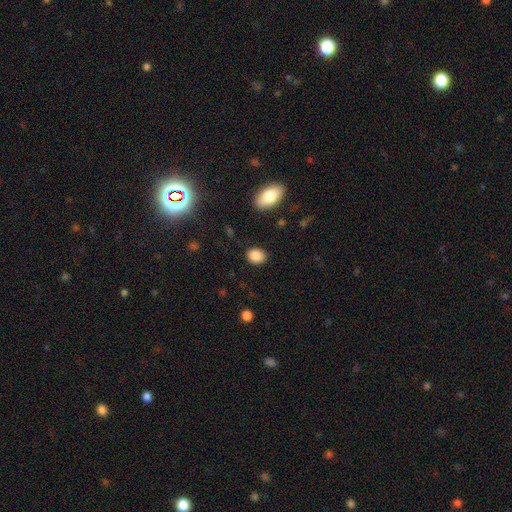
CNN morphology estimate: smooth-or-featured: smooth: 87% | star or artifact: 8% | featured or disk: 4%
  how-rounded: in between: 58% | round: 41% | cigar-shaped: 1%
  merging: none: 87% | minor disturbance: 9% | major disturbance: 3% | merger: 1%